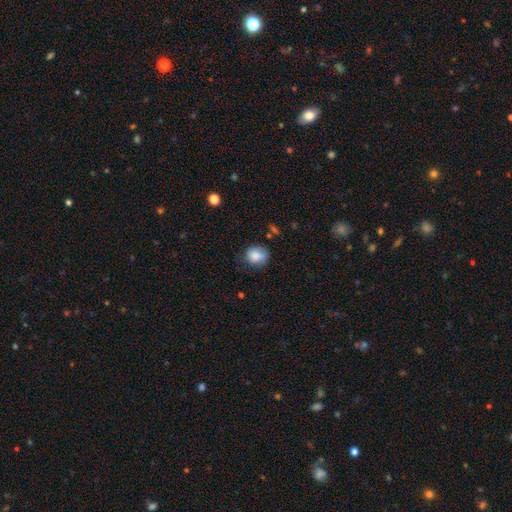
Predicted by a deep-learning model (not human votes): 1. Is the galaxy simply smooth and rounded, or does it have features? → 84% smooth, 8% star or artifact, 8% featured or disk.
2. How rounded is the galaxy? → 72% round, 27% in between, 1% cigar-shaped.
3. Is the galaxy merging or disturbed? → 68% none, 24% minor disturbance, 6% major disturbance, 2% merger.